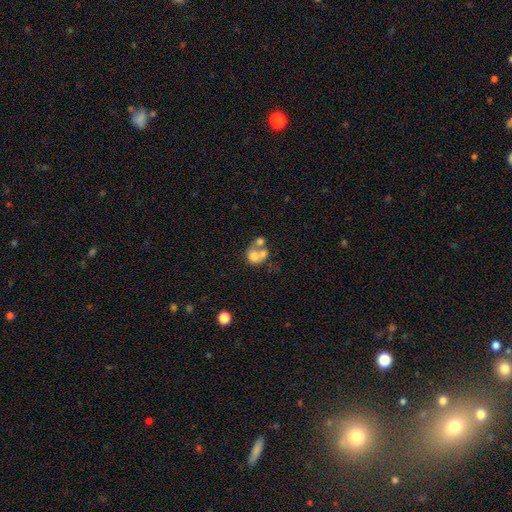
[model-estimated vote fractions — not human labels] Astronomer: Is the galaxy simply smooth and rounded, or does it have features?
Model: smooth — 62%.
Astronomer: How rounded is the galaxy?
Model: round — 66%.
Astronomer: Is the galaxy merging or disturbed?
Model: merger — 63%.